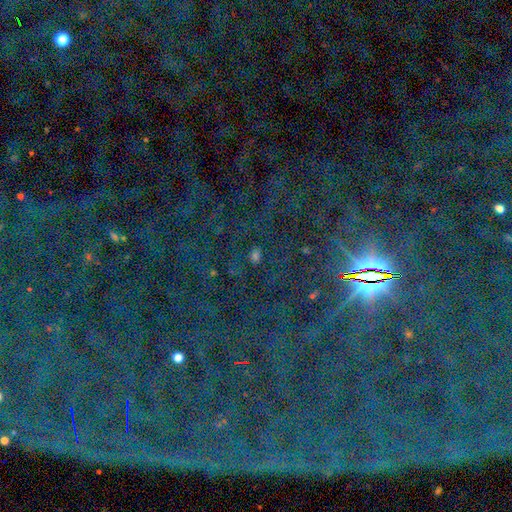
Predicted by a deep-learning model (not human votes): This is likely a star or artifact rather than a galaxy (78%).